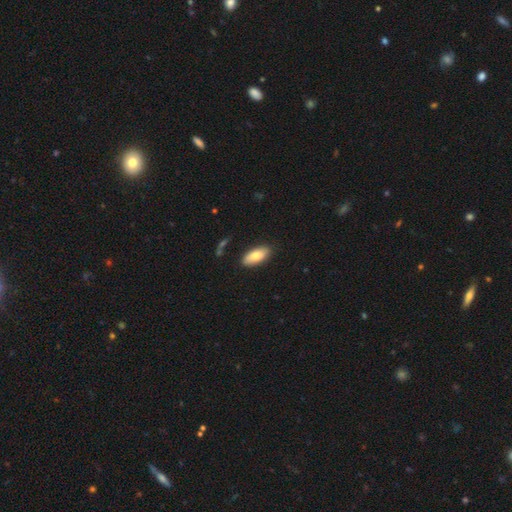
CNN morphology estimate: smooth_or_featured: smooth (p=0.78) [alt: featured or disk p=0.15]
how_rounded: in between (p=0.86) [alt: cigar-shaped p=0.12]
merging: none (p=0.85) [alt: minor disturbance p=0.11]